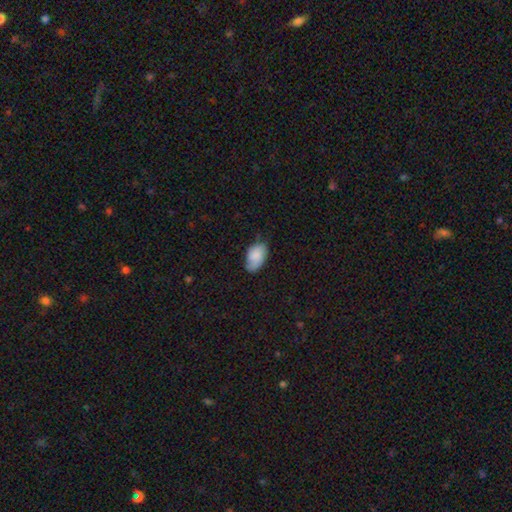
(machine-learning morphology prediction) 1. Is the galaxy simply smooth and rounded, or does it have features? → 79% smooth, 14% featured or disk, 7% star or artifact.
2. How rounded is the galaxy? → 93% in between, 6% round, 1% cigar-shaped.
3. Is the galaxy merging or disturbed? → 62% none, 30% minor disturbance, 6% major disturbance, 1% merger.